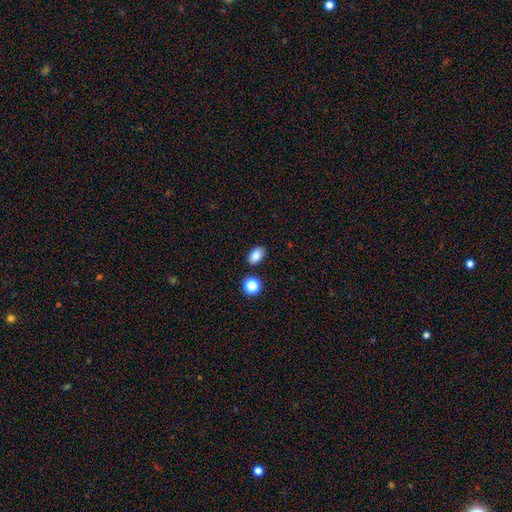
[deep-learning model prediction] Smooth or featured?
  - smooth: 84% *
  - star or artifact: 10%
  - featured or disk: 5%
How rounded?
  - in between: 86% *
  - round: 13%
  - cigar-shaped: 2%
Merging?
  - none: 83% *
  - minor disturbance: 11%
  - merger: 4%
  - major disturbance: 2%